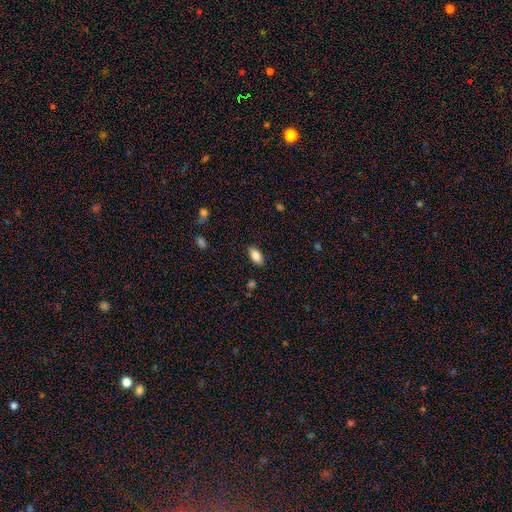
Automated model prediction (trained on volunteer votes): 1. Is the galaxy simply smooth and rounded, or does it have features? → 81% smooth, 12% featured or disk, 7% star or artifact.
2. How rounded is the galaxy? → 88% in between, 8% cigar-shaped, 3% round.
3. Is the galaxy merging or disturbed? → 86% none, 10% minor disturbance, 2% major disturbance, 1% merger.